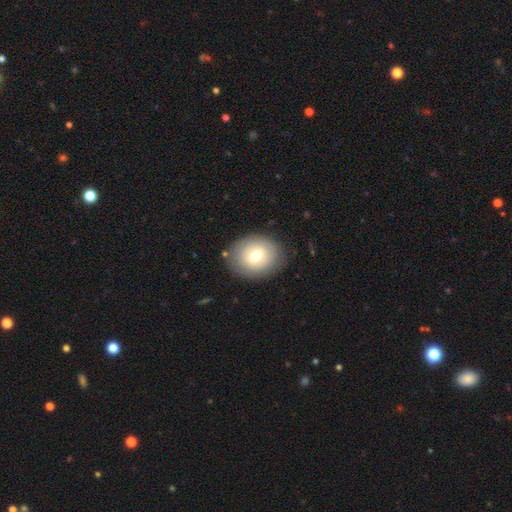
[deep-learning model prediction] Morphology: type=smooth (57%); roundness=round (58%); merging=none (82%).